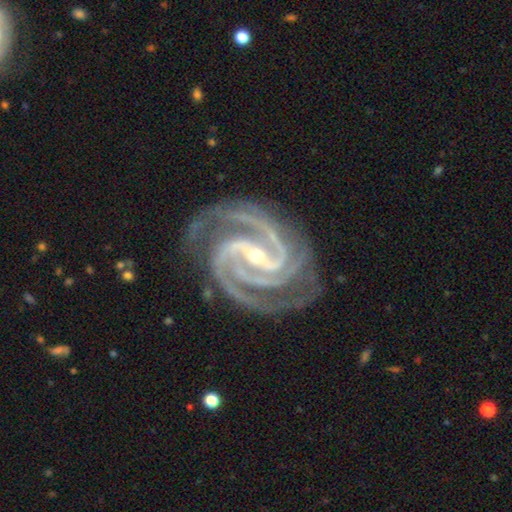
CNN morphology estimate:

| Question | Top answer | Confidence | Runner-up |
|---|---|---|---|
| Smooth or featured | featured or disk | 95% | star or artifact (3%) |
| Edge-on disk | no | 98% | yes (2%) |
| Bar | strong | 59% | weak (27%) |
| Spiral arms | yes | 99% | no (1%) |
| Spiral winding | tight | 64% | medium (33%) |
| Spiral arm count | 3 | 45% | 2 (19%) |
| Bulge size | small | 70% | moderate (28%) |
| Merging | none | 80% | minor disturbance (14%) |